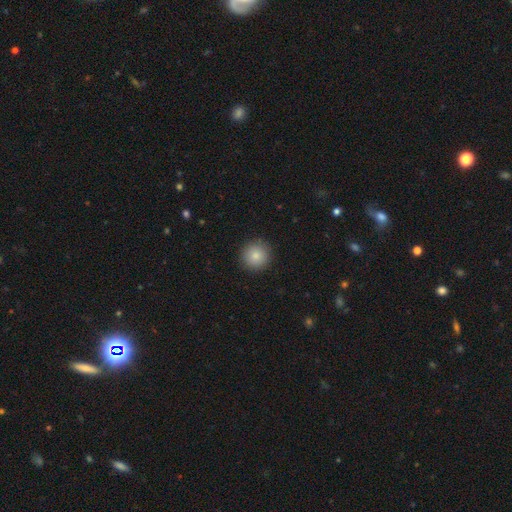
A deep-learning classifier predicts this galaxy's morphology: smooth-or-featured: smooth: 85% | star or artifact: 9% | featured or disk: 6%
  how-rounded: round: 95% | in between: 4% | cigar-shaped: 1%
  merging: none: 92% | minor disturbance: 6% | major disturbance: 2% | merger: 1%